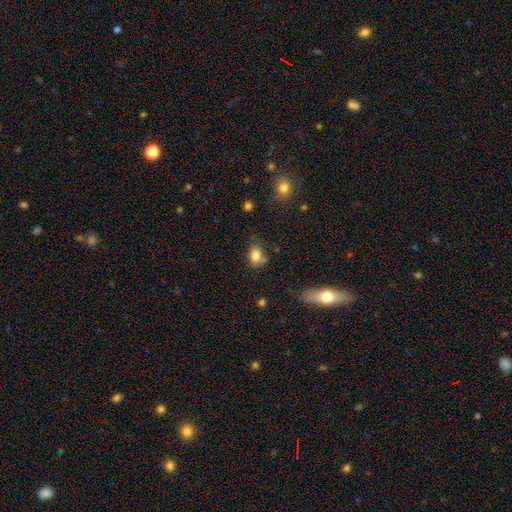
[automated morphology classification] smooth_or_featured: smooth (p=0.81) [alt: star or artifact p=0.11]
how_rounded: in between (p=0.62) [alt: round p=0.37]
merging: none (p=0.58) [alt: minor disturbance p=0.25]